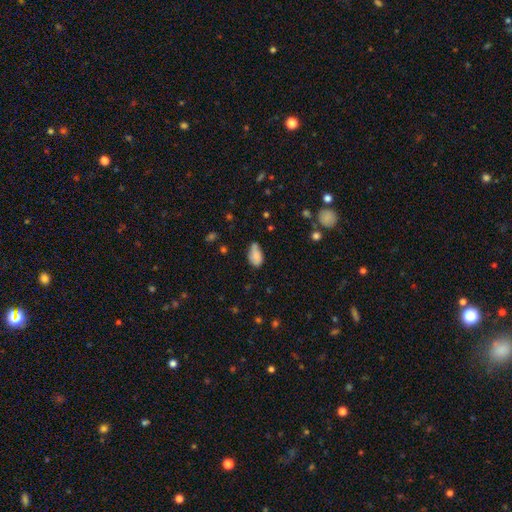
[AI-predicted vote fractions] smooth 77%, featured or disk 14%, star or artifact 9%. Down the decision tree: how rounded — in between (90%); merging — none (47%).